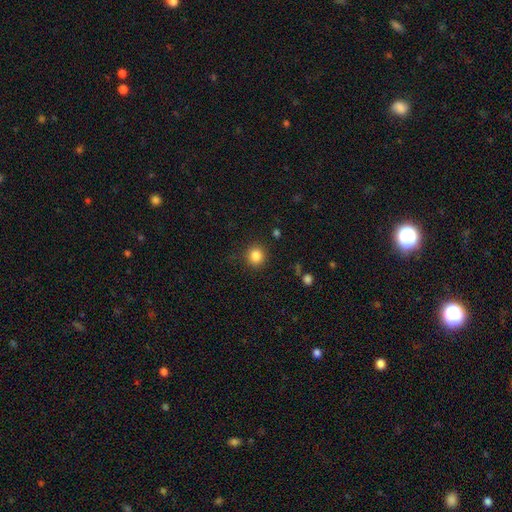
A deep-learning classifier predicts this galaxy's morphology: smooth-or-featured: smooth: 84% | star or artifact: 11% | featured or disk: 4%
  how-rounded: round: 91% | in between: 8% | cigar-shaped: 1%
  merging: none: 89% | minor disturbance: 7% | major disturbance: 3% | merger: 1%